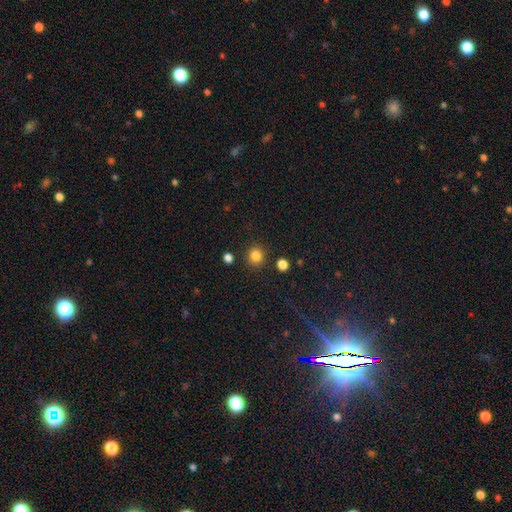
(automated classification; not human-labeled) smooth 84%, star or artifact 12%, featured or disk 4%. Down the decision tree: how rounded — round (90%); merging — none (88%).